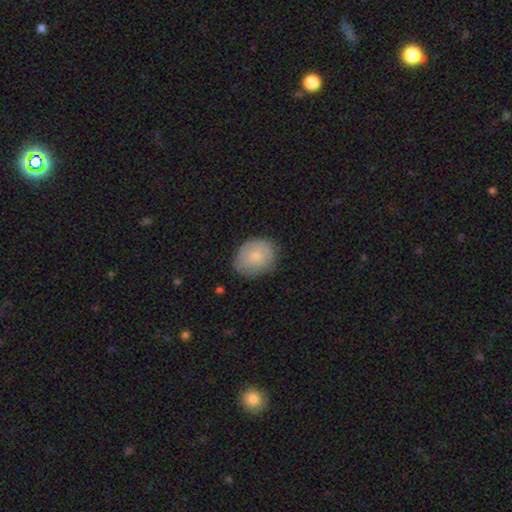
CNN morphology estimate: A smooth galaxy with no disk features (66%) that is round (58%).

Vote fractions:
- Smooth or featured? smooth: 66% / featured or disk: 27% / star or artifact: 7%
- How rounded? round: 58% / in between: 41% / cigar-shaped: 1%
- Merging? none: 73% / minor disturbance: 21% / major disturbance: 5% / merger: 1%